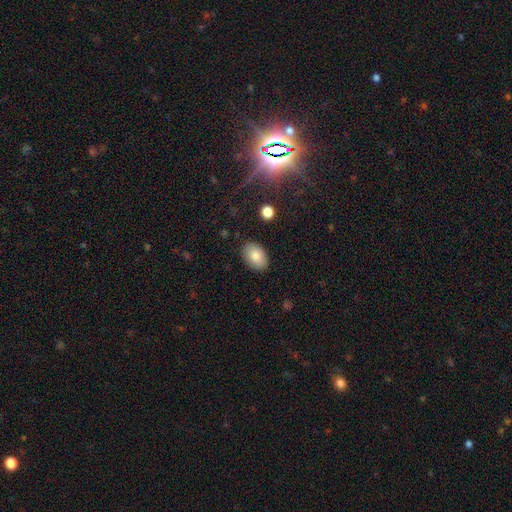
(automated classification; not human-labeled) smooth_or_featured: smooth (p=0.84) [alt: featured or disk p=0.09]
how_rounded: in between (p=0.87) [alt: round p=0.12]
merging: none (p=0.87) [alt: minor disturbance p=0.09]